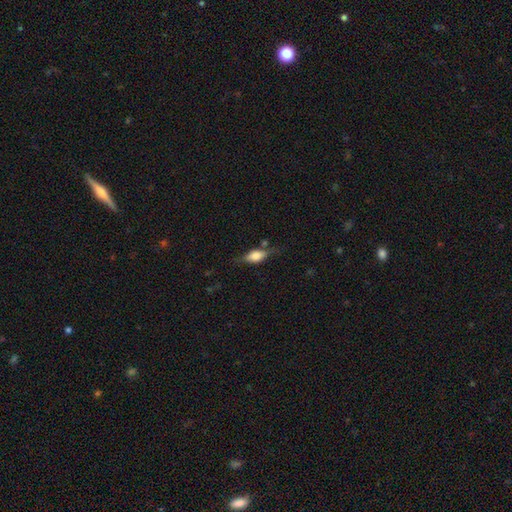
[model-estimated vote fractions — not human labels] A smooth galaxy with no disk features (48%). Merging: none (65%).